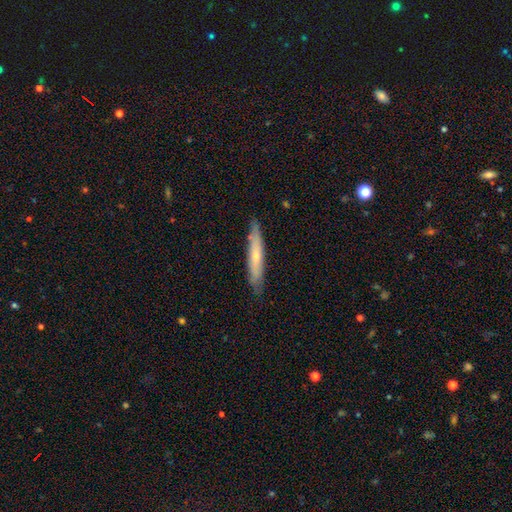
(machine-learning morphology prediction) Overall: smooth (52%; featured or disk 42%). How rounded: cigar-shaped (90%). Merging: none (83%).